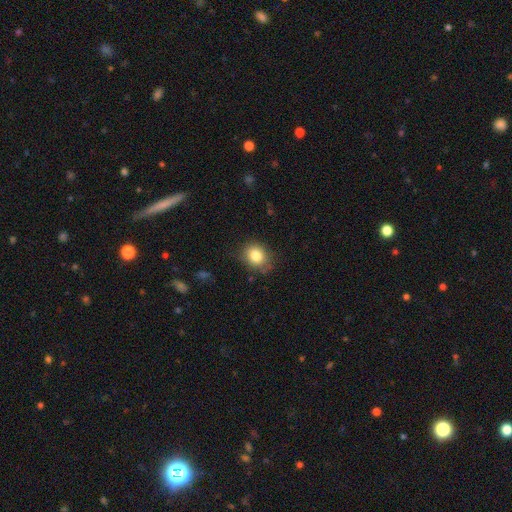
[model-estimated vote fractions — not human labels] A smooth galaxy with no disk features (82%) that is round (65%). Merging: none (79%).